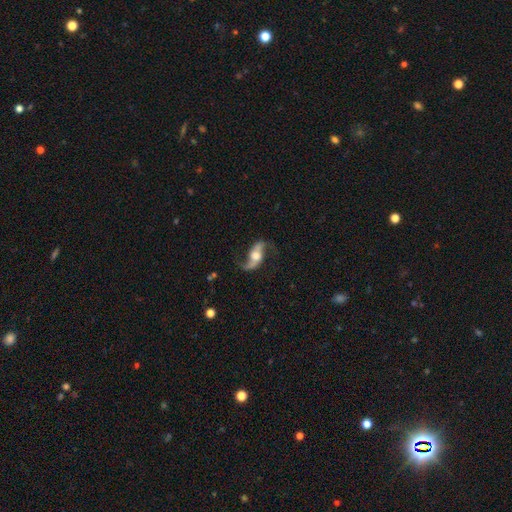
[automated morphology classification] Overall: featured or disk (85%). Edge-on disk: no (91%). Bar: no (47%; weak 32%). Spiral arms: yes (95%). Spiral arm count: 2 (93%). Spiral winding: loose (83%). Bulge size: moderate (53%; large 26%). Merging: none (74%).